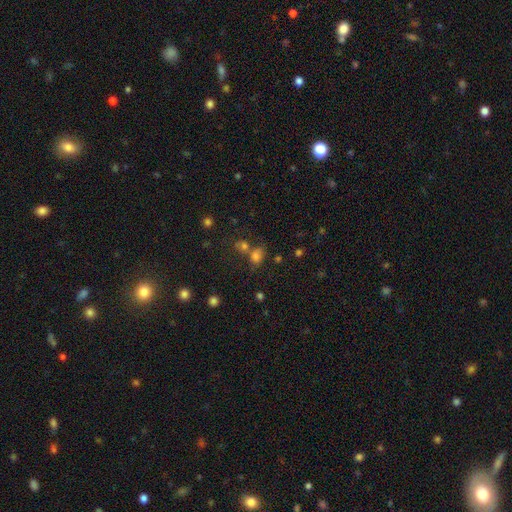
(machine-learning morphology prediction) A smooth galaxy with no disk features (70%) that is in between round and cigar-shaped (56%). Merging: none (48%).